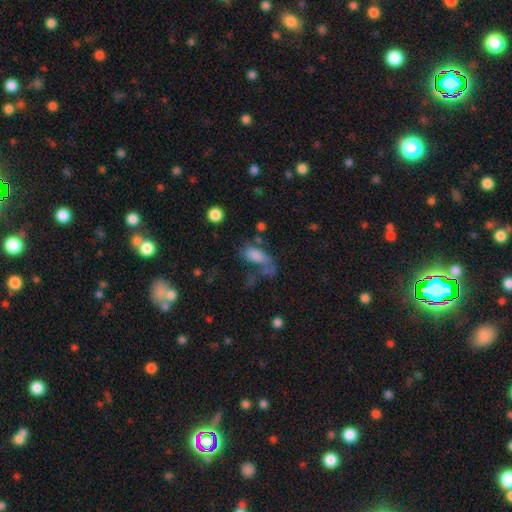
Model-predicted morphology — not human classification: This appears to be a smooth galaxy with no disk features (65%) that is in between round and cigar-shaped (83%). Merging: major disturbance (35%).